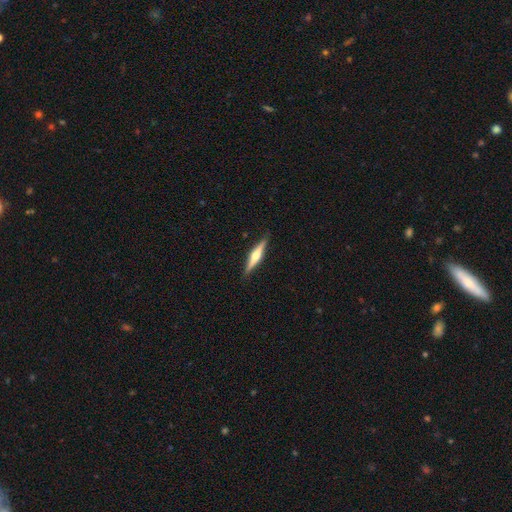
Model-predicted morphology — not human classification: smooth-or-featured: featured or disk: 70% | smooth: 25% | star or artifact: 5%
  disk-edge-on: yes: 98% | no: 2%
    edge-on-bulge: rounded: 88% | boxy: 8% | none: 4%
  merging: none: 90% | minor disturbance: 7% | major disturbance: 1% | merger: 1%